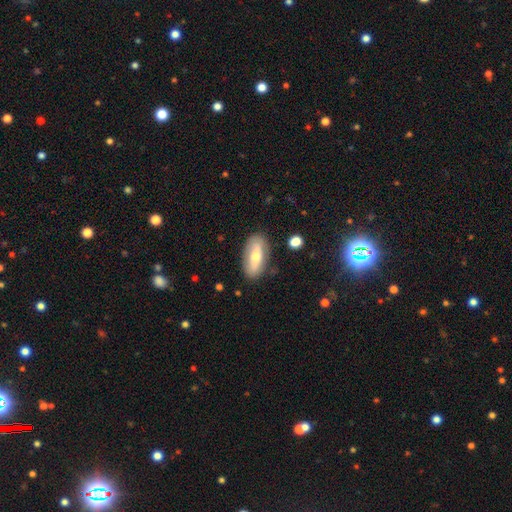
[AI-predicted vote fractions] Overall: smooth (55%; featured or disk 38%). How rounded: in between (84%). Merging: none (83%).